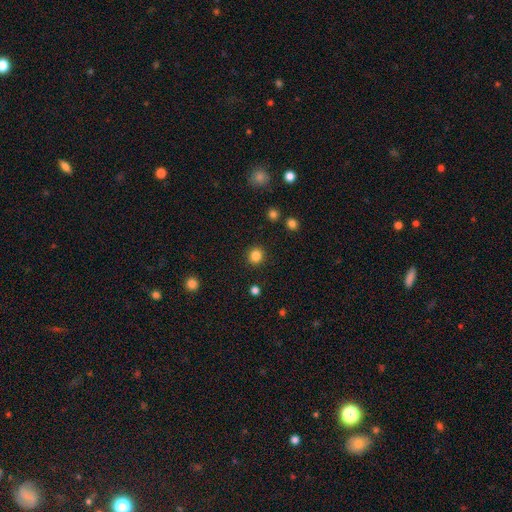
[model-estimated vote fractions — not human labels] smooth 84%, star or artifact 12%, featured or disk 4%. Down the decision tree: how rounded — round (88%); merging — none (91%).